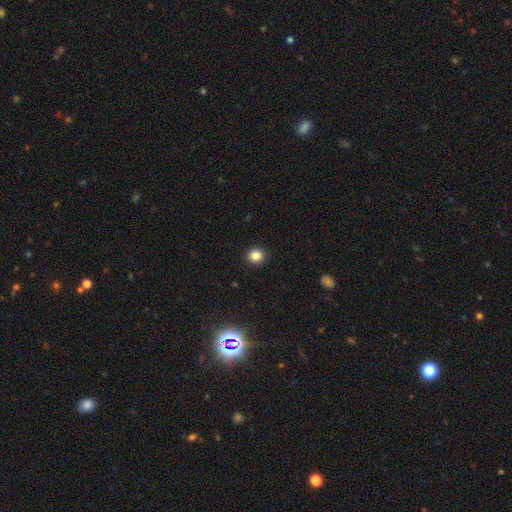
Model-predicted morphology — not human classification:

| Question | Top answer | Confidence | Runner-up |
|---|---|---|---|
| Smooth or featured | smooth | 84% | star or artifact (12%) |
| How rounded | round | 92% | in between (7%) |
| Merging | none | 93% | minor disturbance (4%) |